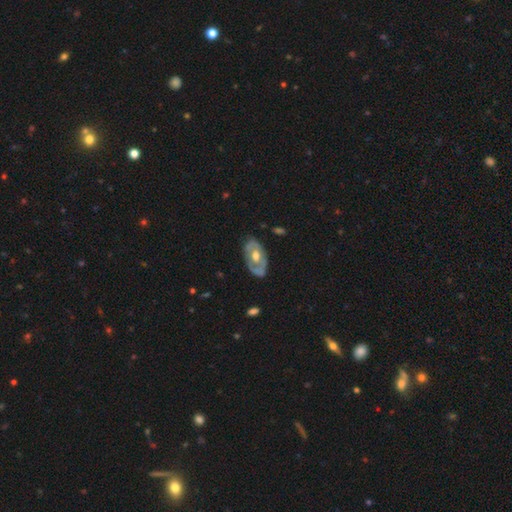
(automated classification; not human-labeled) This appears to be a featured or disk galaxy (65%) with no bar (76%), no spiral arms (65%) and a moderate central bulge (73%). Merging: none (70%).